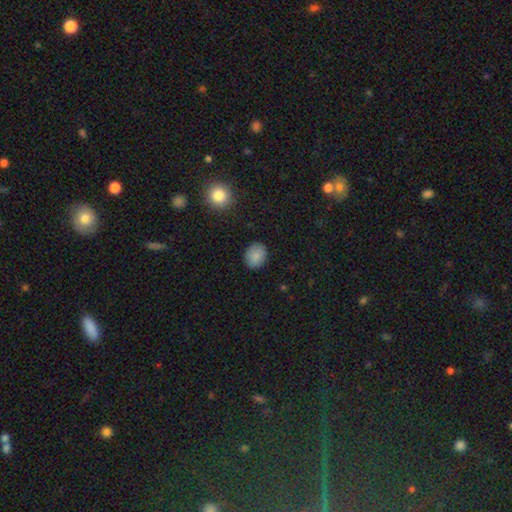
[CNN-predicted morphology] This is clearly a smooth galaxy (86%). How rounded: possibly in between (51%). Merging: clearly none (86%).